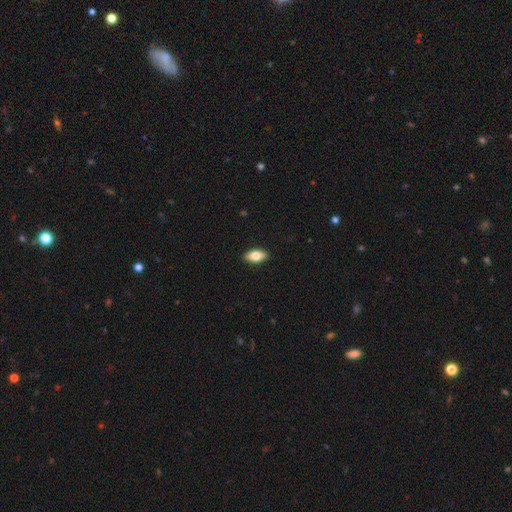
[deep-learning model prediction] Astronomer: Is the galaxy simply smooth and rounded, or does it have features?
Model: smooth — 77%.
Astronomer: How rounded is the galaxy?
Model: in between — 90%.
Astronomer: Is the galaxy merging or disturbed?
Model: none — 90%.